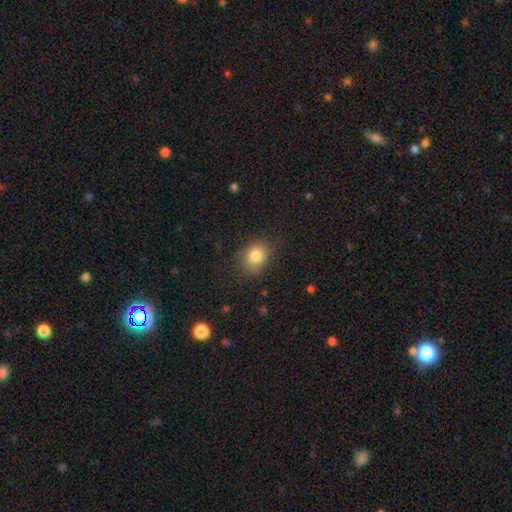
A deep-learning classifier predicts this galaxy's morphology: Overall: smooth (82%). How rounded: round (63%; in between 36%). Merging: none (76%).